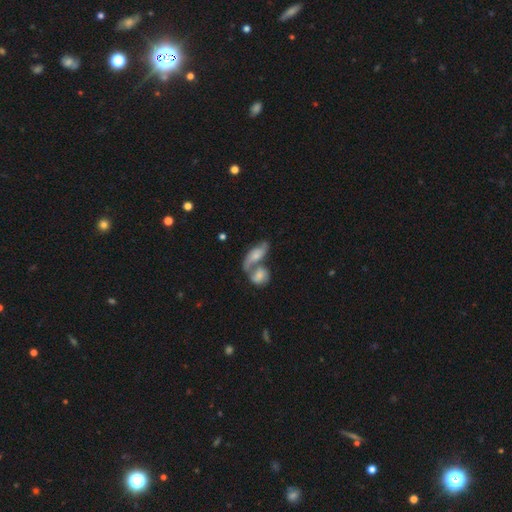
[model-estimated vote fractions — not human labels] Smooth or featured: featured or disk — 55% (smooth — 34%)
Edge-on disk: no — 82% (yes — 18%)
Merging: merger — 56% (none — 28%)